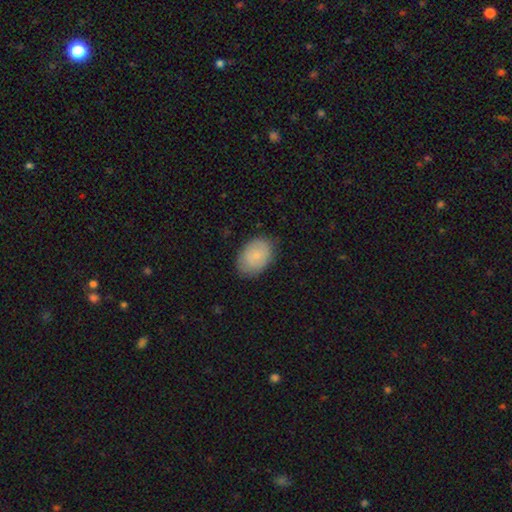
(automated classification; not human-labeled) Overall: smooth (77%). How rounded: in between (83%). Merging: none (80%).